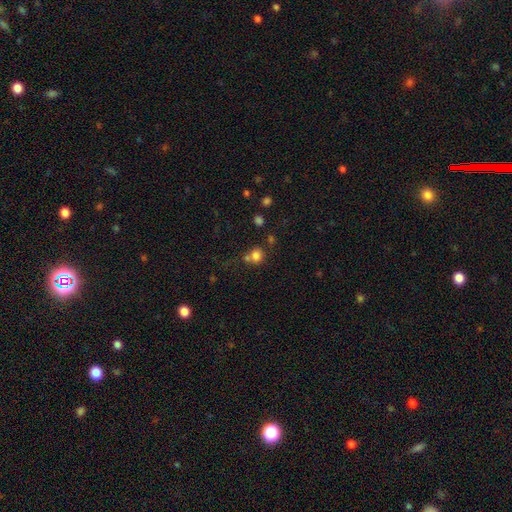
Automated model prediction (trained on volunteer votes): Q: Smooth or featured?
A: smooth (78%); runner-up: star or artifact (14%)
Q: How rounded?
A: round (80%); runner-up: in between (19%)
Q: Merging?
A: none (51%); runner-up: merger (33%)